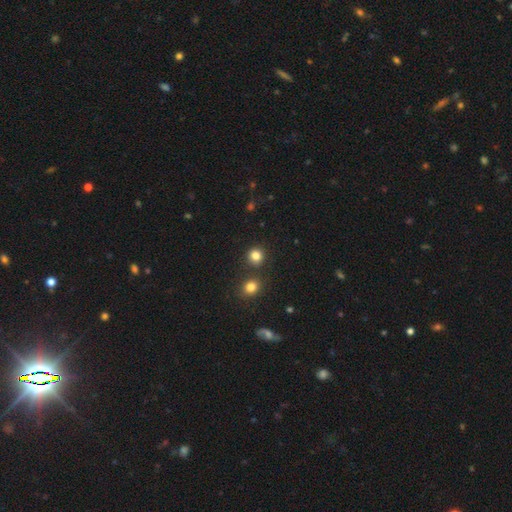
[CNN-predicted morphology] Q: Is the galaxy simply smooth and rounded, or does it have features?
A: smooth — 82%.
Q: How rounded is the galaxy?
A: round — 88%.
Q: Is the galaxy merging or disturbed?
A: none — 83%.